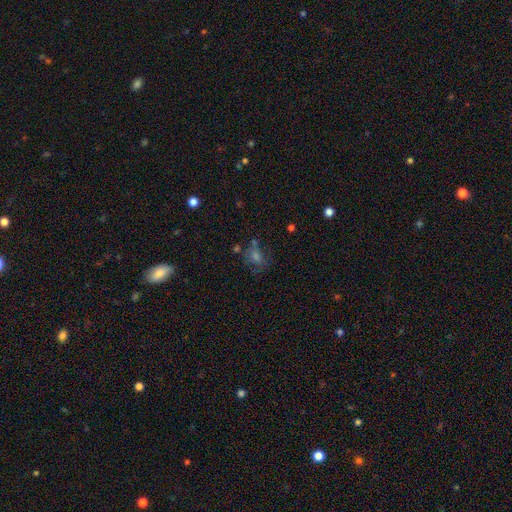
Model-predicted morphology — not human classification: This appears to be a smooth galaxy with no disk features (41%). Merging: none (61%).